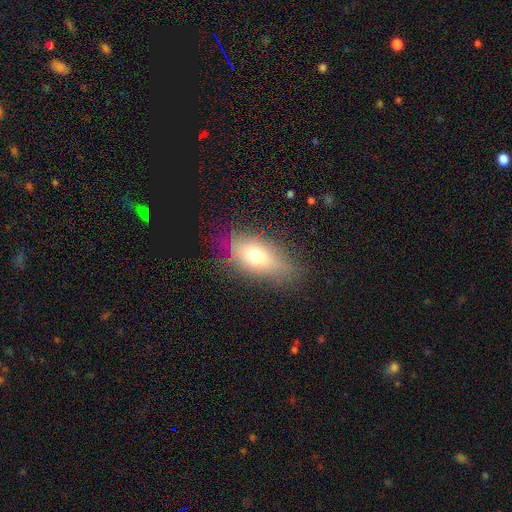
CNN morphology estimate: Smooth or featured? Predicted: smooth (p=0.64). How rounded? Predicted: in between (p=0.80). Merging? Predicted: none (p=0.71).